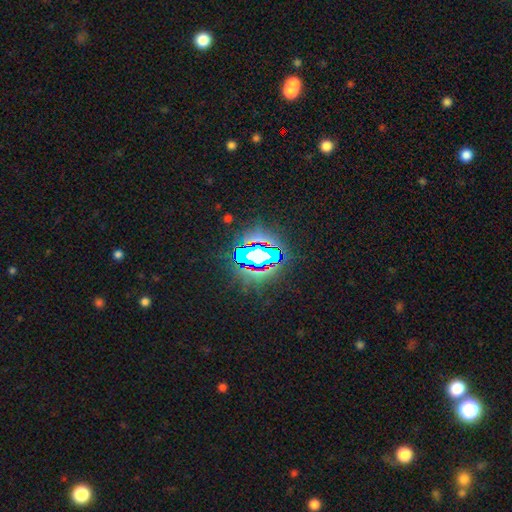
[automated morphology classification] Overall: star or artifact (72%).